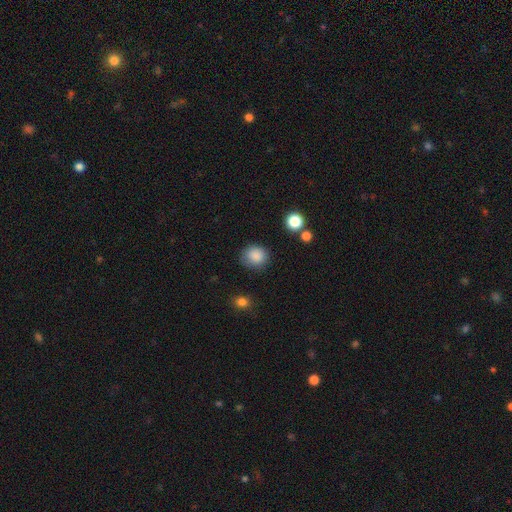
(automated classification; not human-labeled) Morphology: type=smooth (87%); roundness=round (82%); merging=none (80%).